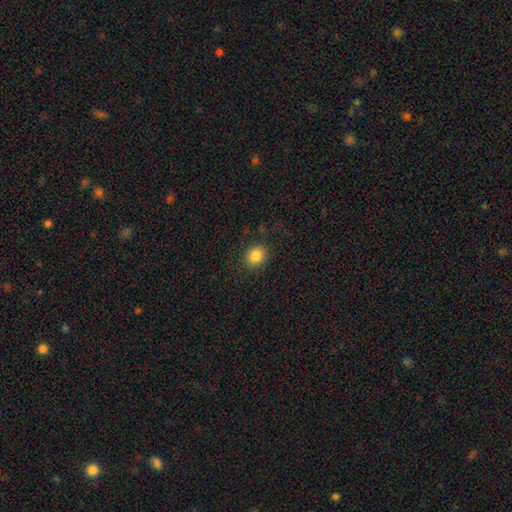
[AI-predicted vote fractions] Morphology: type=smooth (84%); roundness=round (78%); merging=none (86%).